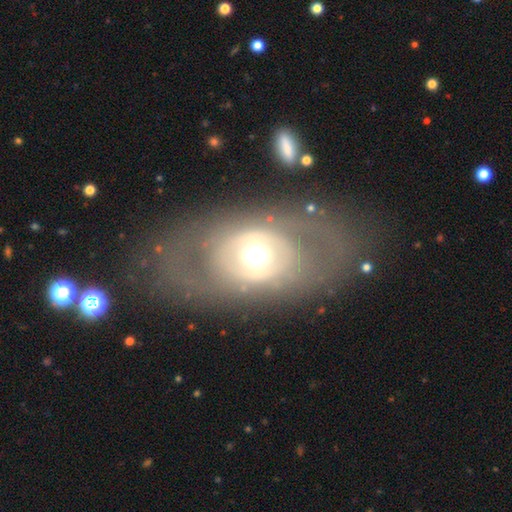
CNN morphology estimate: Smooth or featured?
  - featured or disk: 62% *
  - smooth: 30%
  - star or artifact: 7%
Edge-on disk?
  - no: 89% *
  - yes: 11%
Bar?
  - no: 81% *
  - weak: 12%
  - strong: 6%
Spiral arms?
  - no: 84% *
  - yes: 16%
Bulge size?
  - moderate: 57% *
  - large: 31%
  - small: 6%
  - dominant: 5%
  - none: 1%
Merging?
  - none: 75% *
  - minor disturbance: 12%
  - major disturbance: 11%
  - merger: 2%